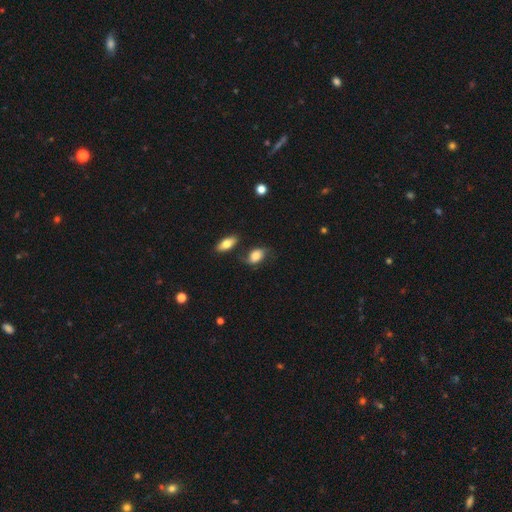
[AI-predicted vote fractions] smooth-or-featured: smooth: 70% | featured or disk: 22% | star or artifact: 8%
  how-rounded: in between: 87% | round: 11% | cigar-shaped: 2%
  merging: none: 60% | minor disturbance: 23% | merger: 9% | major disturbance: 8%